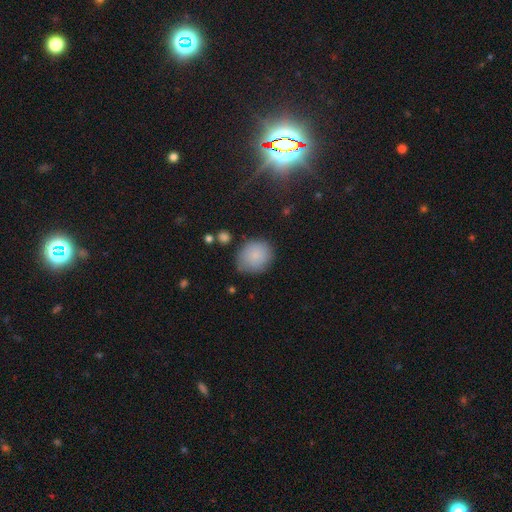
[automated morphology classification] Overall: smooth (84%). How rounded: round (73%). Merging: none (75%).